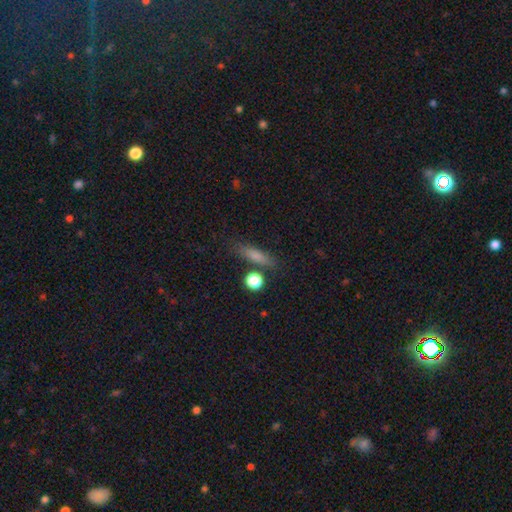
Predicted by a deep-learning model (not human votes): This is likely a smooth galaxy (69%). How rounded: likely cigar-shaped (65%). Merging: likely none (78%).